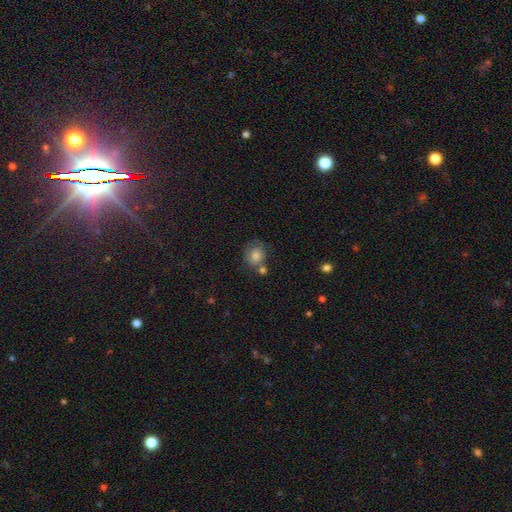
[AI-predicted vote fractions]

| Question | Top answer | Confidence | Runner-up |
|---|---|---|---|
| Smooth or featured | smooth | 63% | featured or disk (26%) |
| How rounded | round | 75% | in between (24%) |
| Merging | none | 52% | minor disturbance (22%) |